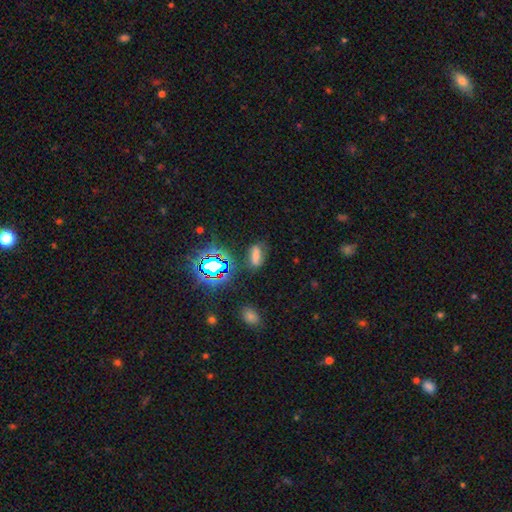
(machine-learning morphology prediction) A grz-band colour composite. It shows a smooth galaxy with no disk features (55%) that is in between round and cigar-shaped (73%). Merging: none (71%).